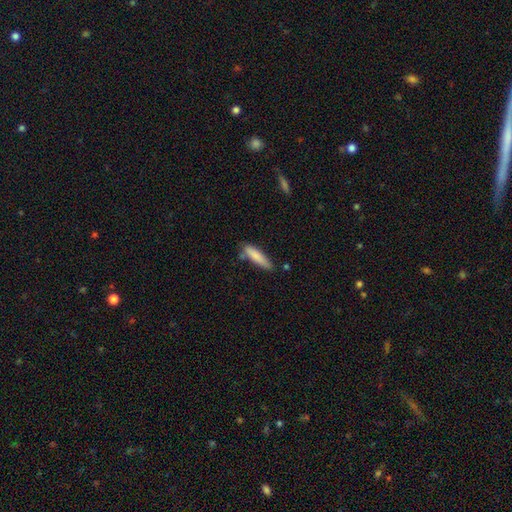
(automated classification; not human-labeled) smooth 81%, featured or disk 13%, star or artifact 6%. Down the decision tree: how rounded — cigar-shaped (73%); merging — none (63%).